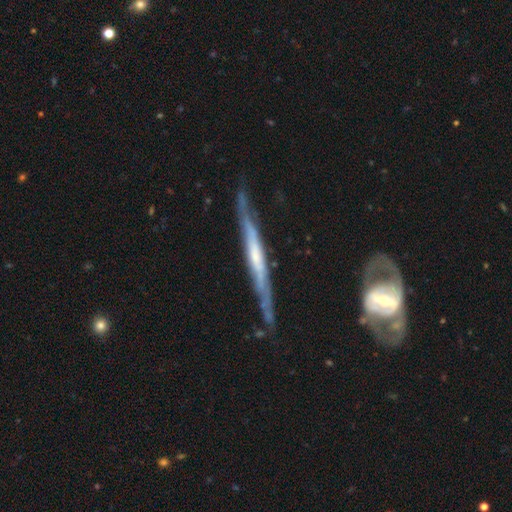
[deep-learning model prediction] The model was most divided on "edge-on bulge": none: 56%, rounded: 27%, boxy: 17%. More confident: edge-on disk — yes (87%); smooth or featured — featured or disk (76%); merging — none (71%).